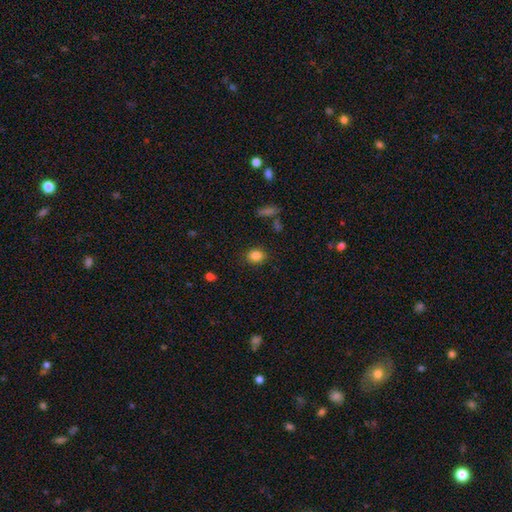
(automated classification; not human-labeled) smooth 85%, star or artifact 10%, featured or disk 5%. Down the decision tree: how rounded — round (60%); merging — none (86%).